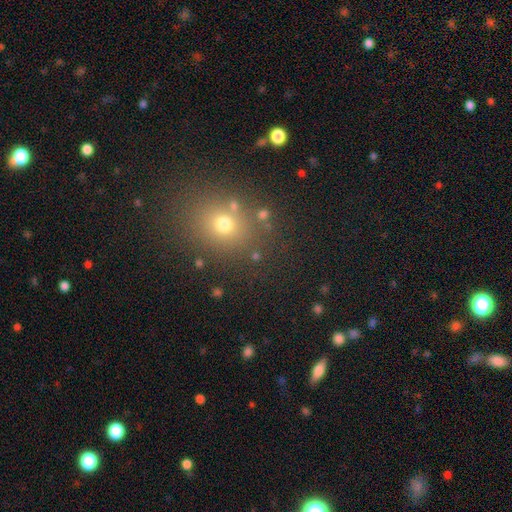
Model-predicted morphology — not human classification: The model was most divided on "how rounded": round: 65%, in between: 34%, cigar-shaped: 1%. More confident: merging — none (80%); smooth or featured — smooth (64%).